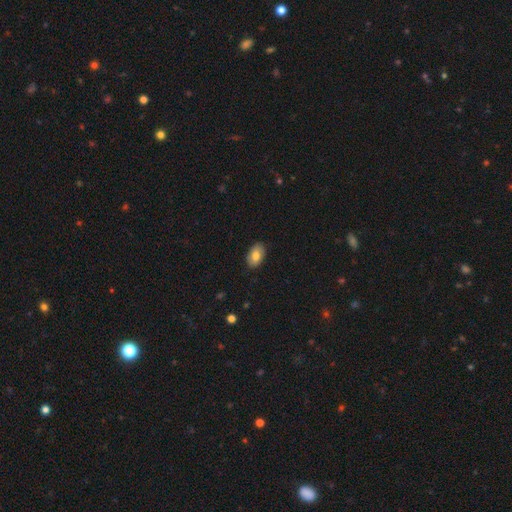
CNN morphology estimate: type=smooth (79%); roundness=in between (93%); merging=none (86%).